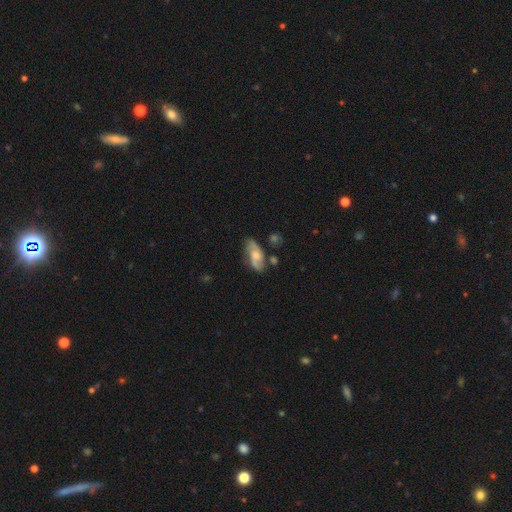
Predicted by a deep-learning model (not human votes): smooth_or_featured: featured or disk (p=0.56) [alt: smooth p=0.36]
disk_edge_on: no (p=0.89) [alt: yes p=0.11]
bar: no (p=0.62) [alt: weak p=0.31]
has_spiral_arms: yes (p=0.82) [alt: no p=0.18]
bulge_size: moderate (p=0.44) [alt: small p=0.28]
merging: none (p=0.62) [alt: minor disturbance p=0.22]